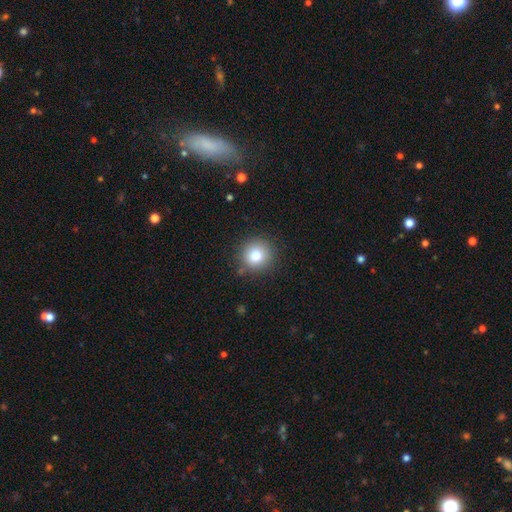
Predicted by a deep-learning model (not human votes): Morphology: type=smooth (82%); roundness=round (91%); merging=none (86%).